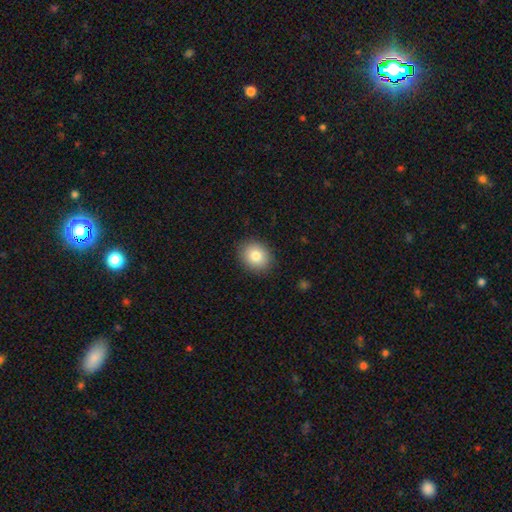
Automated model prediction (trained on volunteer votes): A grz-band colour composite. It shows a smooth galaxy with no disk features (82%) that is round (60%). Merging: none (88%).